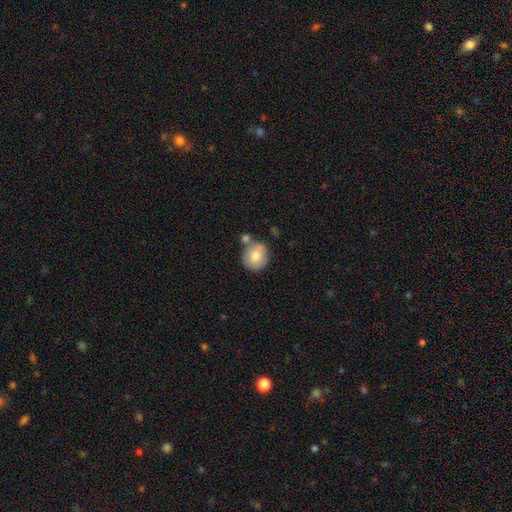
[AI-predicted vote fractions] Morphology: type=smooth (78%); roundness=round (83%); merging=none (60%).